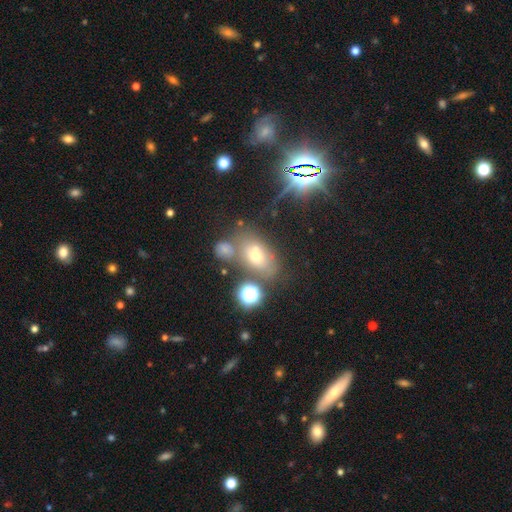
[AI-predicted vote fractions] smooth-or-featured: smooth: 58% | featured or disk: 23% | star or artifact: 19%
  how-rounded: in between: 78% | round: 20% | cigar-shaped: 3%
  merging: none: 53% | merger: 21% | minor disturbance: 17% | major disturbance: 10%